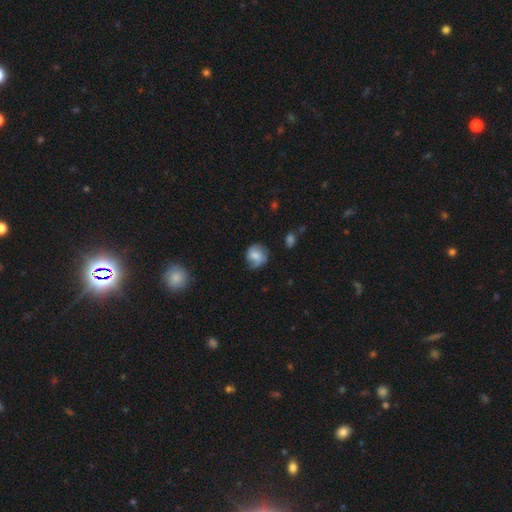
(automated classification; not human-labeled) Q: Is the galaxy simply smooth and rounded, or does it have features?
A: smooth — 52%.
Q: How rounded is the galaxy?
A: round — 74%.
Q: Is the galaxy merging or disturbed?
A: none — 58%.